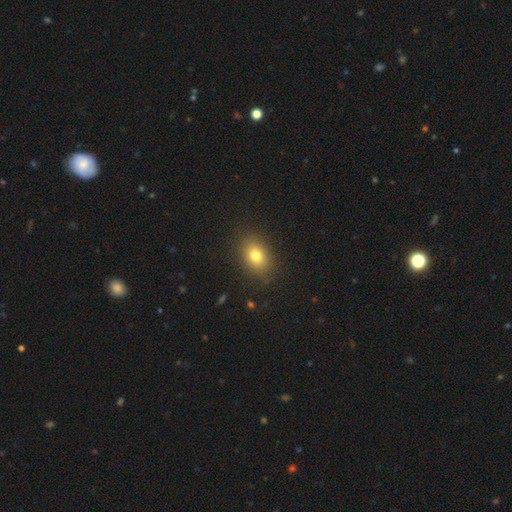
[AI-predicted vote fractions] Overall: smooth (78%). How rounded: in between (75%). Merging: none (87%).